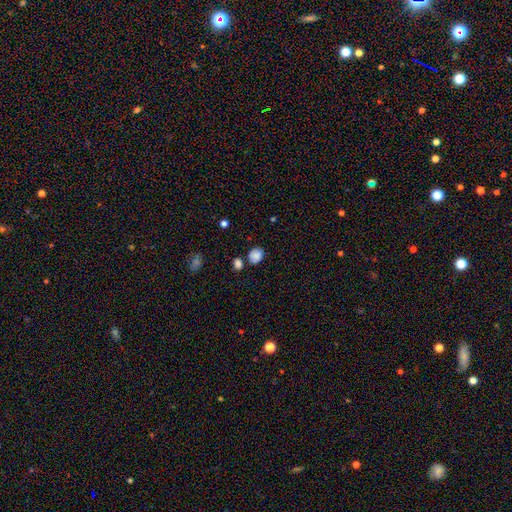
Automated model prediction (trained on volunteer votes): Morphology: type=smooth (83%); roundness=round (59%); merging=none (65%).